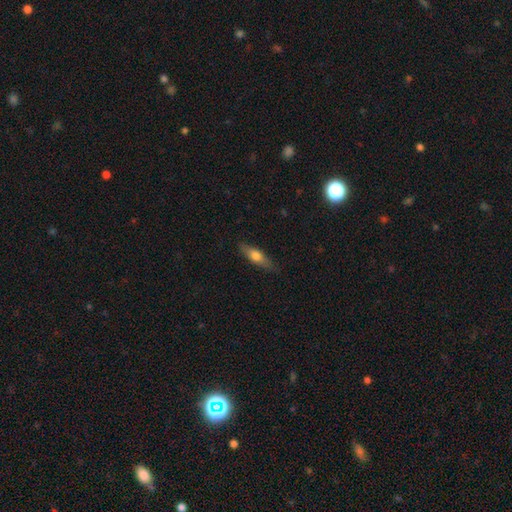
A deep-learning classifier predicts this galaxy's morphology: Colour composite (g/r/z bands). It shows a smooth galaxy with no disk features (63%) that is cigar-shaped (52%). Merging: none (83%).